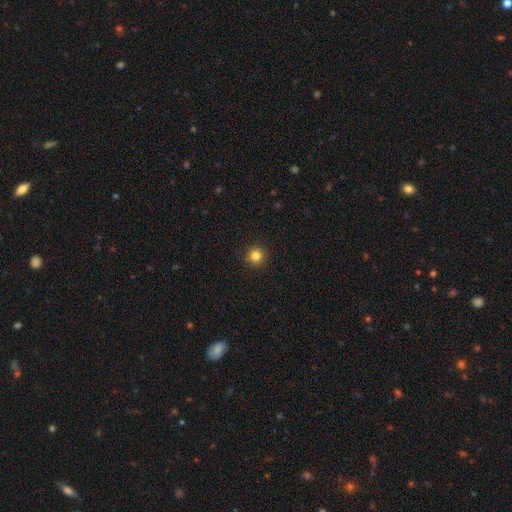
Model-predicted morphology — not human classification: This appears to be a smooth galaxy with no disk features (83%) that is round (95%). Merging: none (92%).